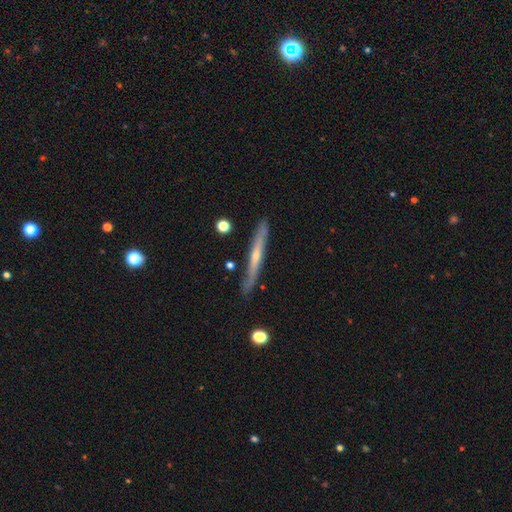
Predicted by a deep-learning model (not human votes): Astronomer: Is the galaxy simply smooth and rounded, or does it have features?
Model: featured or disk — 67%.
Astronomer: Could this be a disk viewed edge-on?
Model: yes — 94%.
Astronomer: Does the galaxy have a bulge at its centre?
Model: rounded — 73%.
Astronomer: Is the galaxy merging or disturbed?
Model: none — 82%.